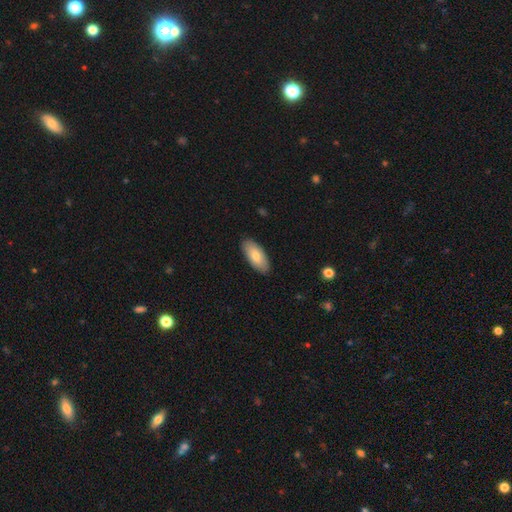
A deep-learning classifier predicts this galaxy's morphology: This appears to be a smooth galaxy with no disk features (77%) that is in between round and cigar-shaped (88%). Merging: none (88%).